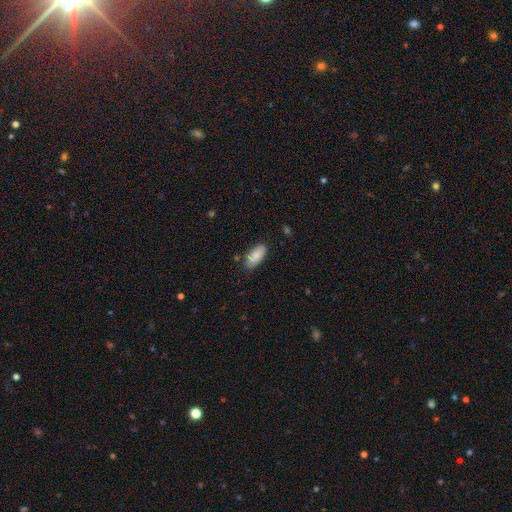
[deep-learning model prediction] Smooth or featured?
  - smooth: 88% *
  - star or artifact: 6%
  - featured or disk: 6%
How rounded?
  - in between: 89% *
  - cigar-shaped: 9%
  - round: 2%
Merging?
  - none: 79% *
  - minor disturbance: 15%
  - major disturbance: 3%
  - merger: 3%